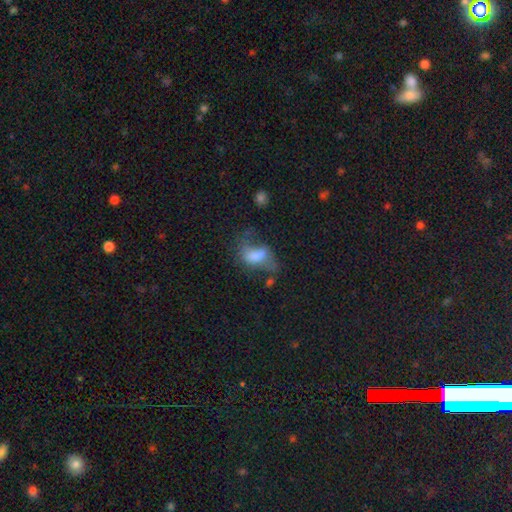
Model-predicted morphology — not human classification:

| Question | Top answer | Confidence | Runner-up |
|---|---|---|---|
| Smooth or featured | smooth | 50% | featured or disk (37%) |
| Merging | major disturbance | 39% | none (30%) |